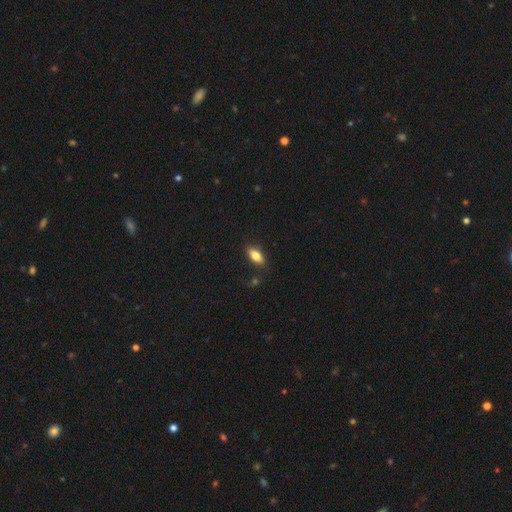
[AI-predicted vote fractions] Smooth or featured?
  - smooth: 82% *
  - featured or disk: 11%
  - star or artifact: 8%
How rounded?
  - in between: 87% *
  - cigar-shaped: 9%
  - round: 4%
Merging?
  - none: 84% *
  - minor disturbance: 11%
  - major disturbance: 3%
  - merger: 2%